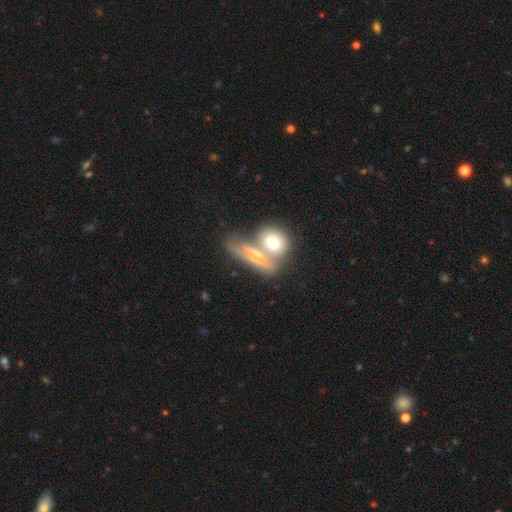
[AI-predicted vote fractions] Morphology: type=smooth (56%); roundness=in between (51%); merging=merger (53%).